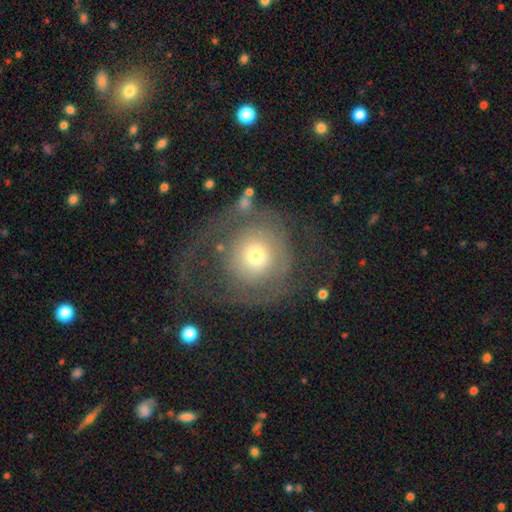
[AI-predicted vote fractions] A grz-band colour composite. It shows a featured or disk galaxy (51%). Merging: none (43%).